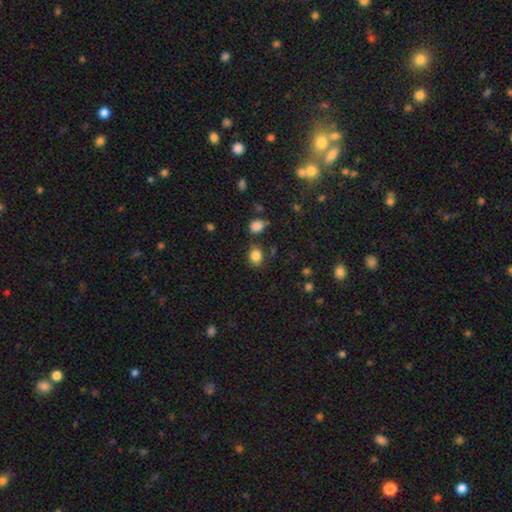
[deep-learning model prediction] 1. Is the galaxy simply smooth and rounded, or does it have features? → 84% smooth, 11% star or artifact, 5% featured or disk.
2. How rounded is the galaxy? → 63% round, 36% in between, 1% cigar-shaped.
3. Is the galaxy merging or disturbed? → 76% none, 13% minor disturbance, 6% merger, 4% major disturbance.